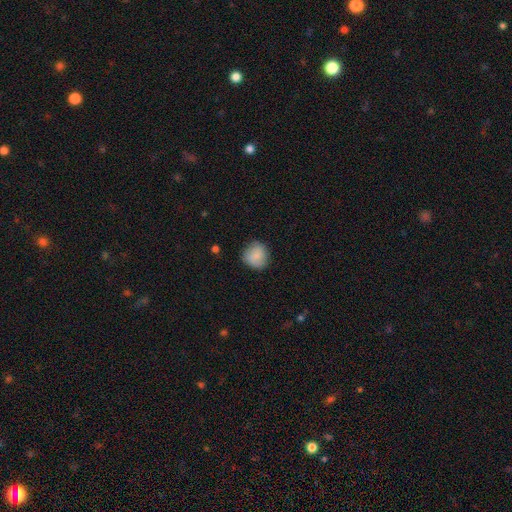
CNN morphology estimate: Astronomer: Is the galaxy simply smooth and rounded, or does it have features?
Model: smooth — 85%.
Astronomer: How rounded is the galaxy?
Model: round — 86%.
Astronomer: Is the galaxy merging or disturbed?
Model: none — 81%.